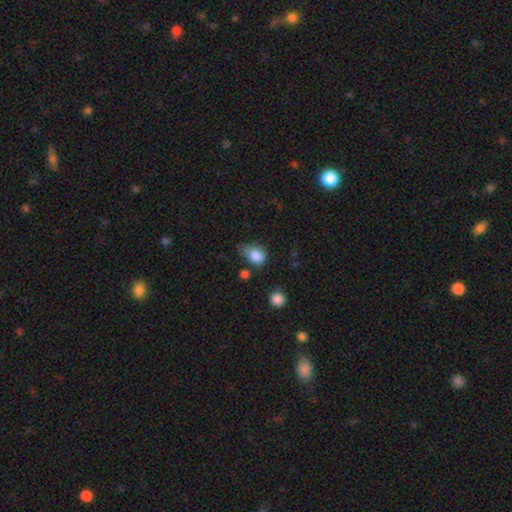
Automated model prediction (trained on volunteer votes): A smooth galaxy with no disk features (83%) that is in between round and cigar-shaped (66%).

Vote fractions:
- Smooth or featured? smooth: 83% / star or artifact: 10% / featured or disk: 7%
- How rounded? in between: 66% / round: 33% / cigar-shaped: 1%
- Merging? minor disturbance: 44% / none: 29% / major disturbance: 21% / merger: 5%